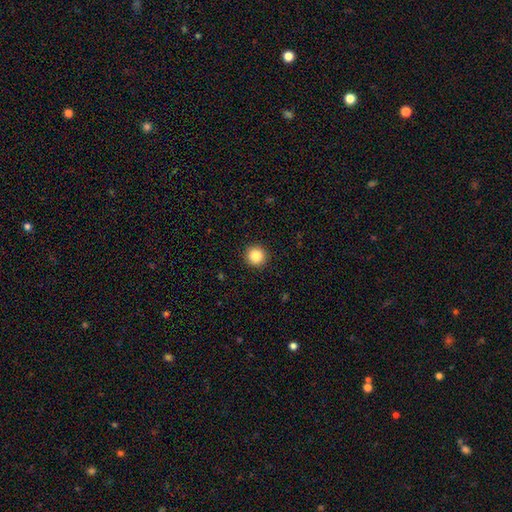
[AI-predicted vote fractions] The model was most divided on "smooth or featured": smooth: 87%, star or artifact: 10%, featured or disk: 4%. More confident: how rounded — round (95%); merging — none (92%).